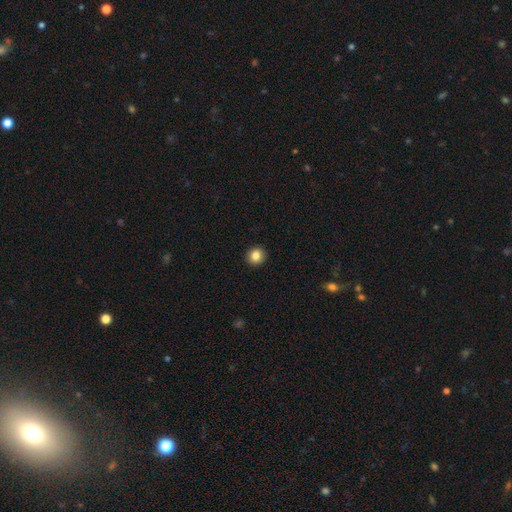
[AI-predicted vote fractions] This is clearly a smooth galaxy (84%). How rounded: clearly round (90%). Merging: clearly none (92%).